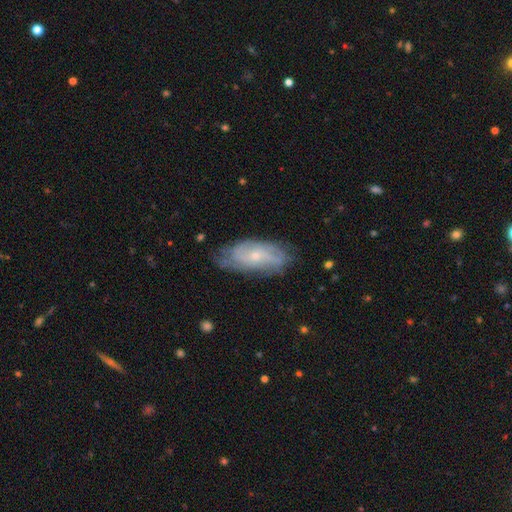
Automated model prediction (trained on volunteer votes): Smooth or featured: featured or disk — 65% (smooth — 28%)
Edge-on disk: no — 89% (yes — 11%)
Bar: no — 71% (weak — 25%)
Spiral arms: yes — 83% (no — 17%)
Bulge size: small — 72% (moderate — 24%)
Merging: none — 68% (minor disturbance — 24%)